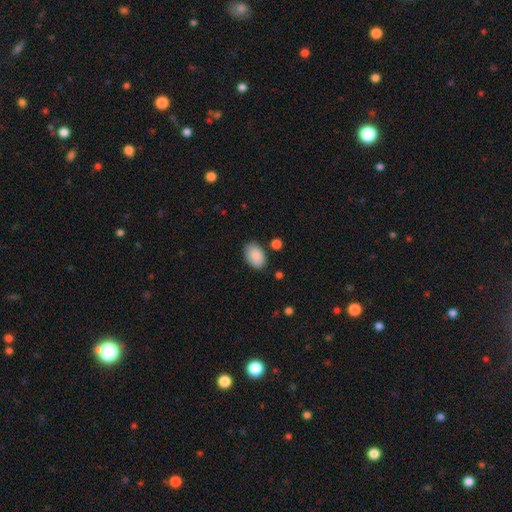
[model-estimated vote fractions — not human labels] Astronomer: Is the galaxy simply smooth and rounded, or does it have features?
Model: smooth — 89%.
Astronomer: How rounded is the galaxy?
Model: in between — 90%.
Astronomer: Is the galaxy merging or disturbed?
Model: none — 82%.